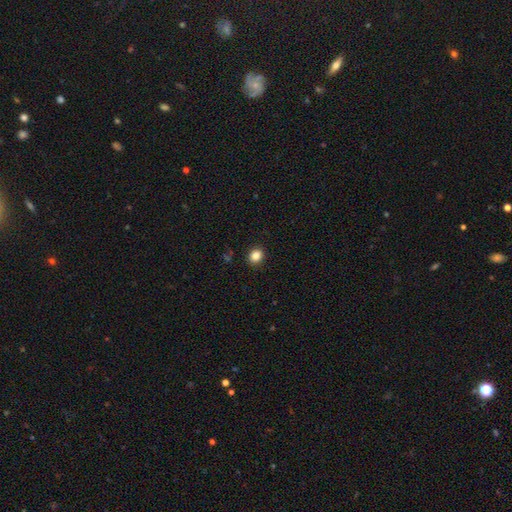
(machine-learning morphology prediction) Smooth or featured?
  - smooth: 85% *
  - star or artifact: 11%
  - featured or disk: 4%
How rounded?
  - round: 65% *
  - in between: 34%
  - cigar-shaped: 1%
Merging?
  - none: 91% *
  - minor disturbance: 6%
  - major disturbance: 2%
  - merger: 1%